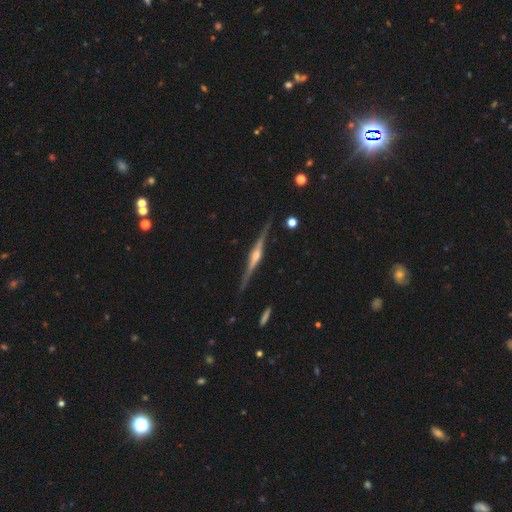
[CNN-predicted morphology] smooth_or_featured: featured or disk (p=0.87) [alt: smooth p=0.07]
disk_edge_on: yes (p=0.98) [alt: no p=0.02]
edge_on_bulge: rounded (p=0.82) [alt: boxy p=0.12]
merging: none (p=0.88) [alt: minor disturbance p=0.09]